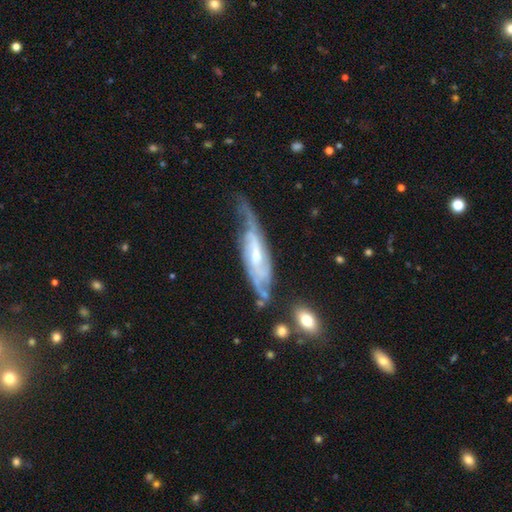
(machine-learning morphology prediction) Smooth or featured? featured or disk (84%)
Edge-on disk? no (78%)
Bar? weak (46%)
Spiral arms? yes (94%)
Spiral winding? tight (43%)
Spiral arm count? 2 (39%)
Bulge size? small (47%)
Merging? none (50%)